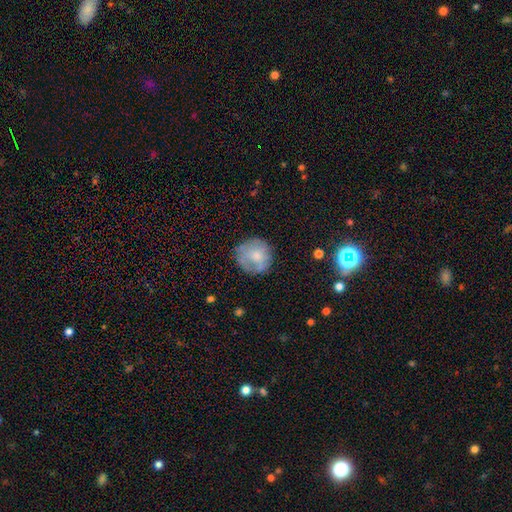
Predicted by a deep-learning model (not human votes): Smooth or featured? Predicted: smooth (p=0.65). How rounded? Predicted: round (p=0.92). Merging? Predicted: none (p=0.74).